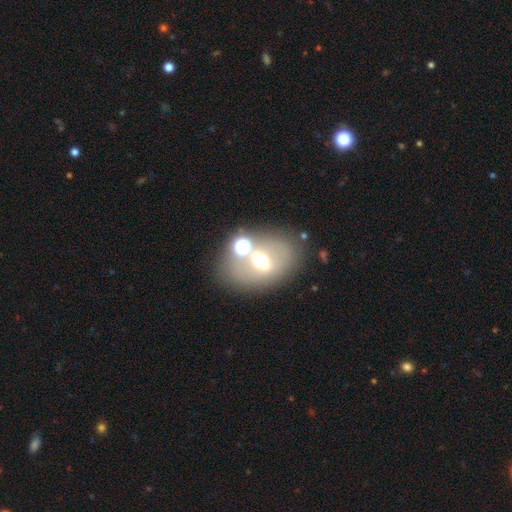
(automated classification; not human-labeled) Smooth or featured?
  - smooth: 45% *
  - featured or disk: 40%
  - star or artifact: 15%
Merging?
  - none: 66% *
  - merger: 16%
  - minor disturbance: 12%
  - major disturbance: 6%